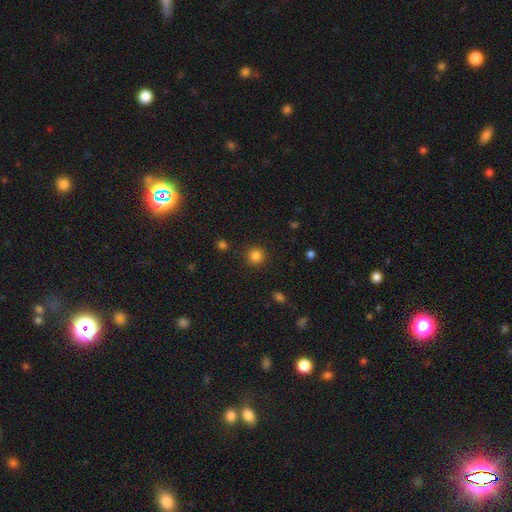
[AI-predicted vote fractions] This appears to be a smooth galaxy with no disk features (84%) that is round (93%). Merging: none (90%).